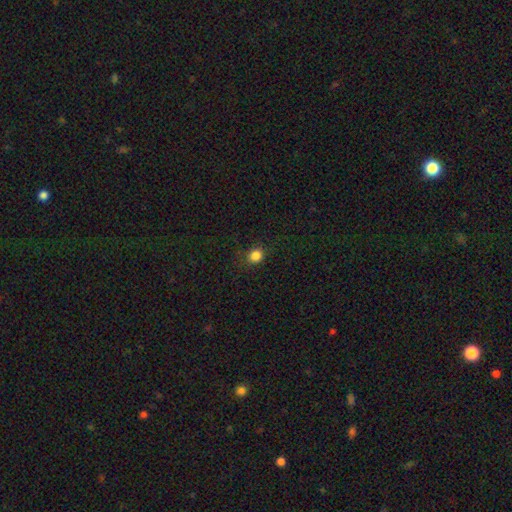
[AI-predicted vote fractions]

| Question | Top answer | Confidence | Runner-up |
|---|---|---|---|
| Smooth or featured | smooth | 84% | star or artifact (13%) |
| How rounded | round | 84% | in between (15%) |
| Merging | none | 85% | minor disturbance (11%) |